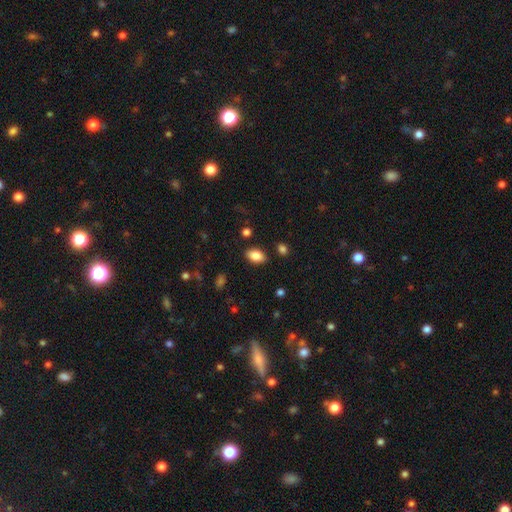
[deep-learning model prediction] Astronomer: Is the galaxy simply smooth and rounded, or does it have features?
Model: smooth — 85%.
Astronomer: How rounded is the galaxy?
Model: in between — 91%.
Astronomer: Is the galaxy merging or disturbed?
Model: none — 86%.